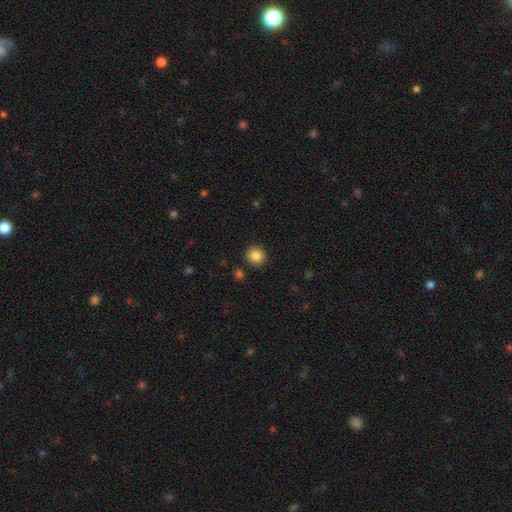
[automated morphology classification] This appears to be a smooth galaxy with no disk features (86%) that is round (88%). Merging: none (90%).